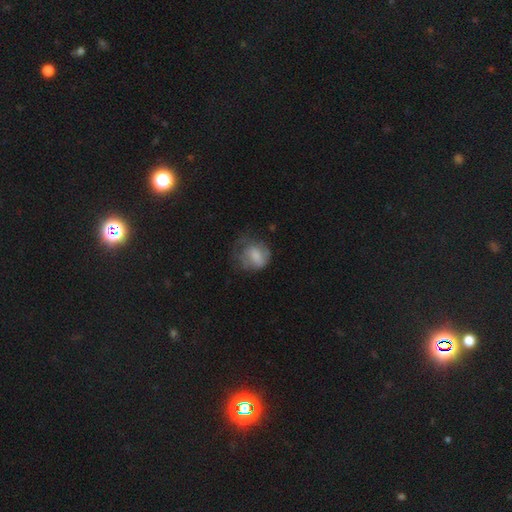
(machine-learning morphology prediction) Smooth or featured: smooth — 62% (featured or disk — 29%)
How rounded: round — 63% (in between — 36%)
Merging: none — 39% (major disturbance — 31%)